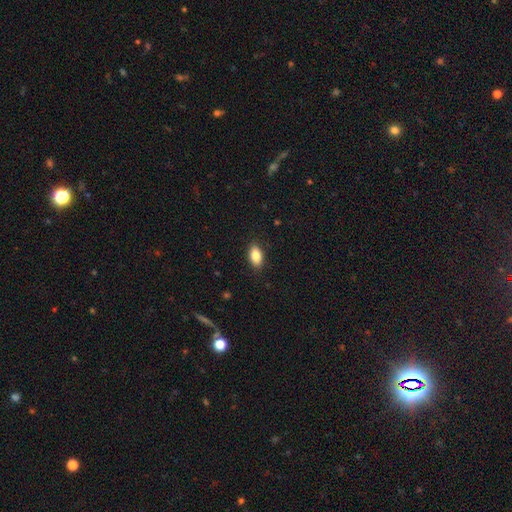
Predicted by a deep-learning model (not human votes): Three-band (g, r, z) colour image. It shows a smooth galaxy with no disk features (84%) that is in between round and cigar-shaped (91%). Merging: none (89%).